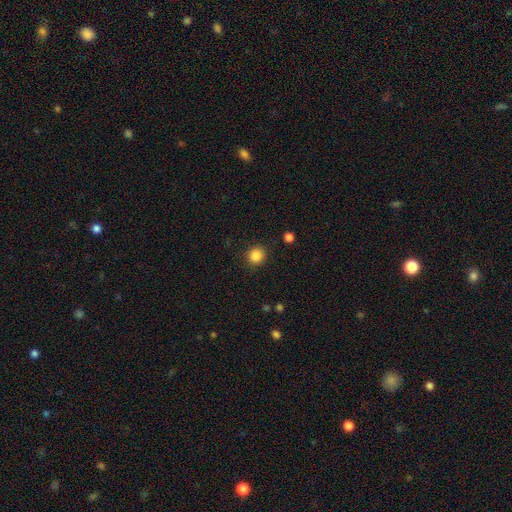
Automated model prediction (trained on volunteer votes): smooth 86%, star or artifact 11%, featured or disk 3%. Down the decision tree: how rounded — round (91%); merging — none (89%).